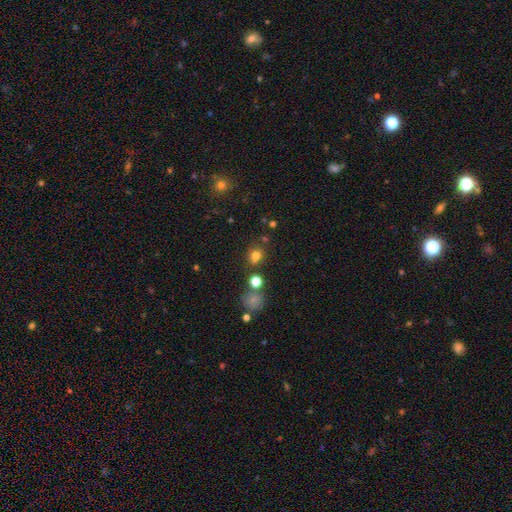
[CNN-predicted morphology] smooth 73%, star or artifact 19%, featured or disk 7%. Down the decision tree: how rounded — round (76%); merging — none (71%).